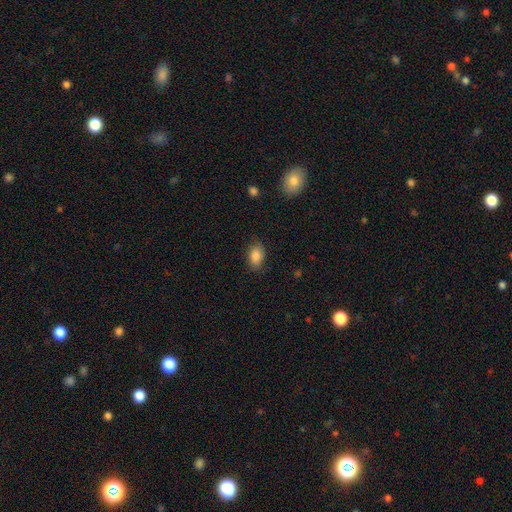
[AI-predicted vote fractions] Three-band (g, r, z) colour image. It shows a smooth galaxy with no disk features (86%) that is in between round and cigar-shaped (88%). Merging: none (79%).